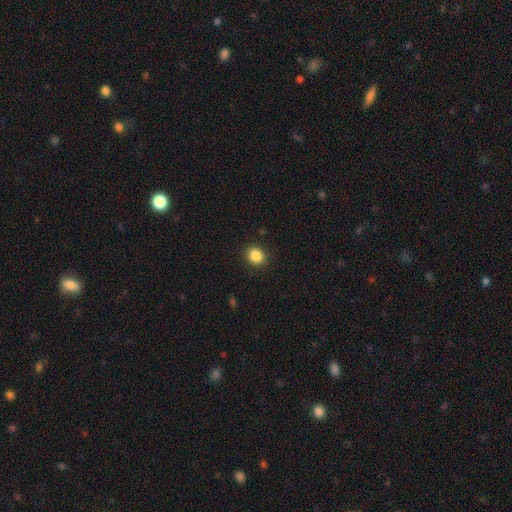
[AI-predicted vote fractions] Smooth or featured?
  - smooth: 87% *
  - star or artifact: 10%
  - featured or disk: 4%
How rounded?
  - round: 74% *
  - in between: 25%
  - cigar-shaped: 1%
Merging?
  - none: 90% *
  - minor disturbance: 7%
  - major disturbance: 2%
  - merger: 1%